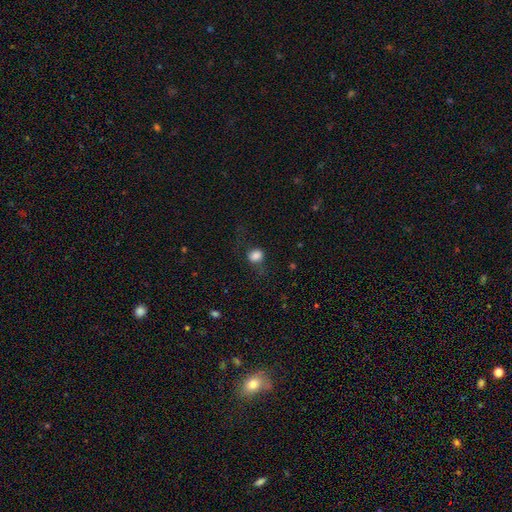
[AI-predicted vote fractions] A smooth galaxy with no disk features (82%) that is round (62%).

Vote fractions:
- Smooth or featured? smooth: 82% / star or artifact: 10% / featured or disk: 8%
- How rounded? round: 62% / in between: 37% / cigar-shaped: 1%
- Merging? none: 61% / minor disturbance: 20% / major disturbance: 17% / merger: 2%